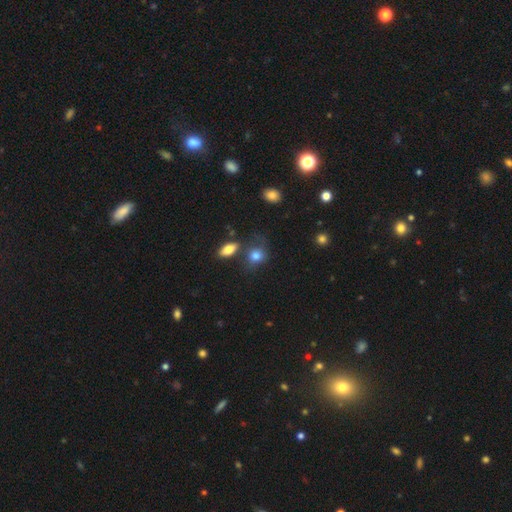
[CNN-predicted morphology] Smooth or featured?
  - smooth: 81% *
  - featured or disk: 9%
  - star or artifact: 9%
How rounded?
  - round: 59% *
  - in between: 39%
  - cigar-shaped: 2%
Merging?
  - none: 51% *
  - minor disturbance: 20%
  - merger: 18%
  - major disturbance: 11%